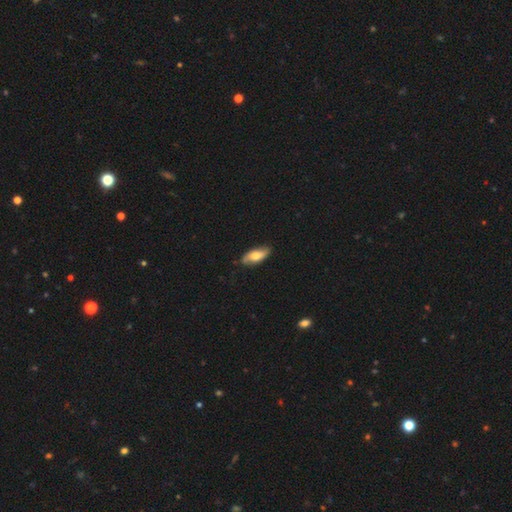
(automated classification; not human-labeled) Q: Smooth or featured?
A: smooth (56%); runner-up: featured or disk (38%)
Q: How rounded?
A: in between (80%); runner-up: cigar-shaped (17%)
Q: Merging?
A: none (81%); runner-up: minor disturbance (15%)